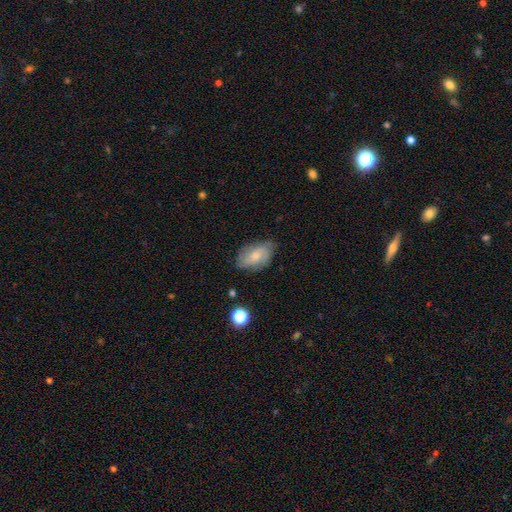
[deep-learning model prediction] Q: Smooth or featured?
A: featured or disk (49%); runner-up: smooth (43%)
Q: Merging?
A: none (70%); runner-up: minor disturbance (23%)